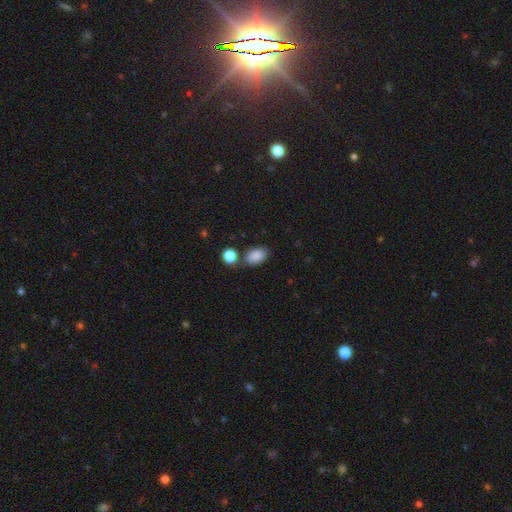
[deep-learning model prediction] The model was most divided on "merging": none: 71%, minor disturbance: 14%, merger: 11%, major disturbance: 4%. More confident: smooth or featured — smooth (87%); how rounded — in between (87%).